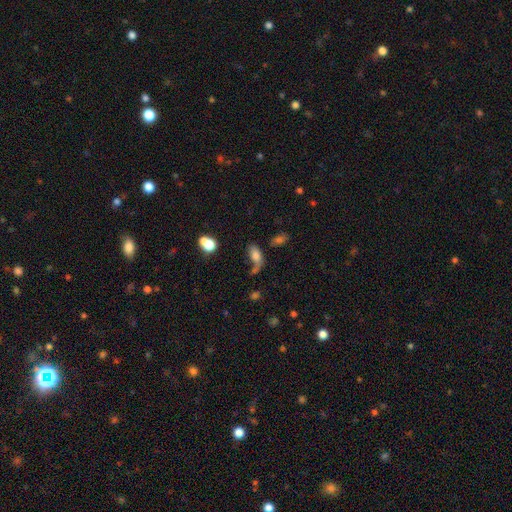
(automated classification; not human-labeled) smooth 70%, featured or disk 18%, star or artifact 12%. Down the decision tree: how rounded — in between (85%); merging — none (34%).